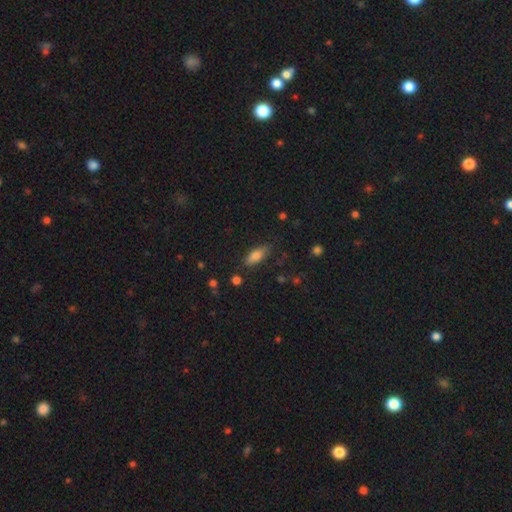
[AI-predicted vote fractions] This appears to be a smooth galaxy with no disk features (80%) that is in between round and cigar-shaped (77%). Merging: none (78%).